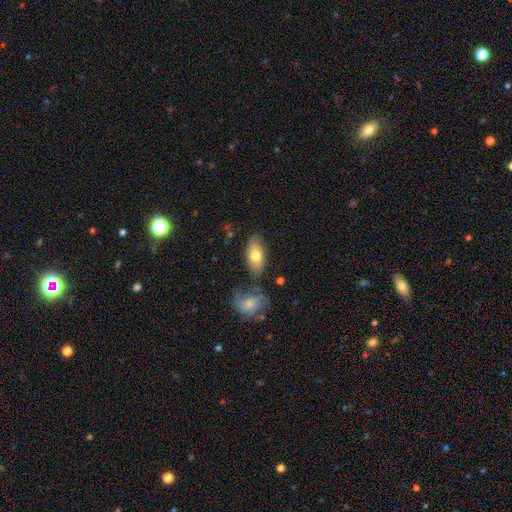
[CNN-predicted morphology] This appears to be a smooth galaxy with no disk features (72%) that is in between round and cigar-shaped (87%). Merging: none (72%).